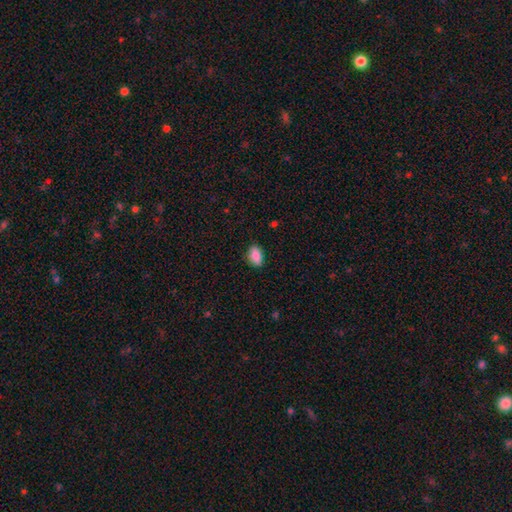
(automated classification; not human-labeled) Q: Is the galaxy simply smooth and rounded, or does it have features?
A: smooth — 88%.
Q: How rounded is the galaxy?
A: in between — 90%.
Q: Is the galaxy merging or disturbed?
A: none — 84%.